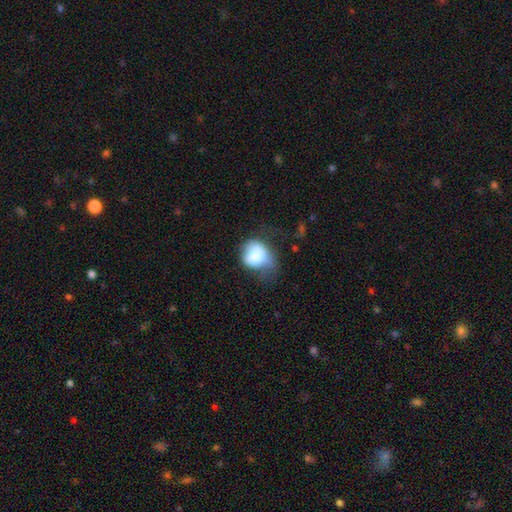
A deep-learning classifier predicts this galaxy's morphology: smooth_or_featured: smooth (p=0.75) [alt: featured or disk p=0.16]
how_rounded: round (p=0.57) [alt: in between p=0.42]
merging: minor disturbance (p=0.35) [alt: major disturbance p=0.31]